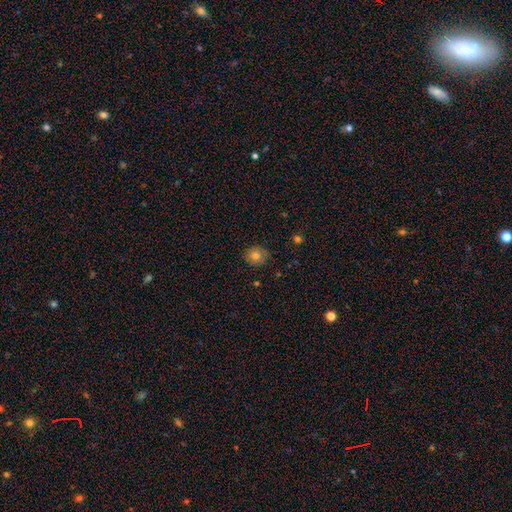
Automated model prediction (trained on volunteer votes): Smooth or featured? smooth (78%)
How rounded? round (79%)
Merging? none (81%)